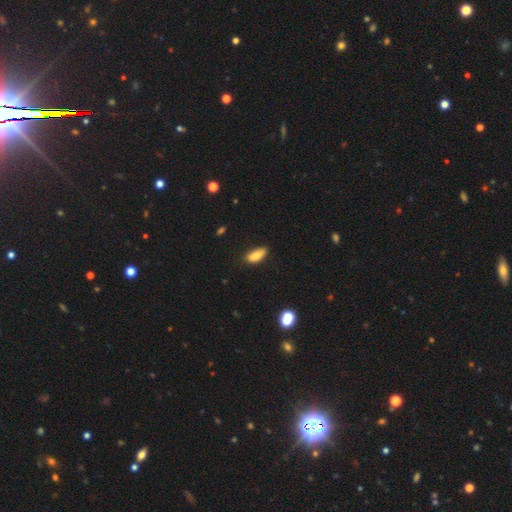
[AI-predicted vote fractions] Smooth or featured: smooth — 83% (featured or disk — 9%)
How rounded: in between — 84% (cigar-shaped — 13%)
Merging: none — 73% (minor disturbance — 22%)